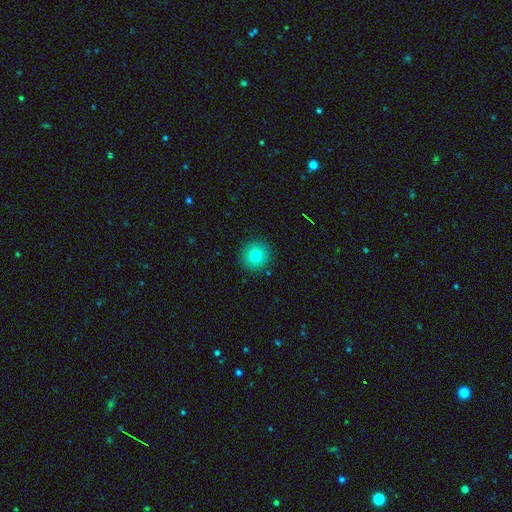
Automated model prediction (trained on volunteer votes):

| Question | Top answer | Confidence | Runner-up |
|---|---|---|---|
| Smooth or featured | smooth | 80% | star or artifact (11%) |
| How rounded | round | 95% | in between (4%) |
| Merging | none | 91% | minor disturbance (5%) |